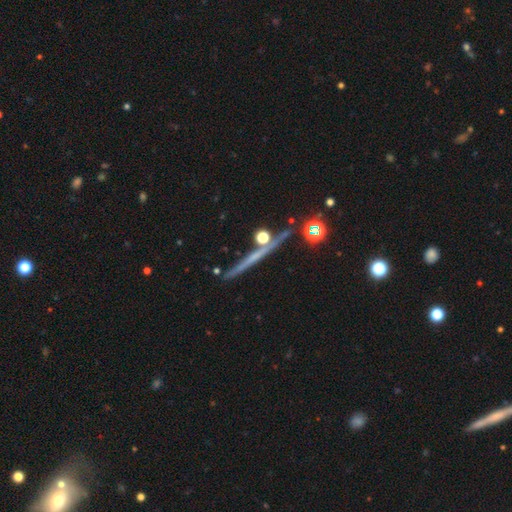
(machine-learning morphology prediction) A featured or disk galaxy (63%) viewed edge-on (96%) with no central bulge (63%).

Vote fractions:
- Smooth or featured? featured or disk: 63% / smooth: 23% / star or artifact: 13%
- Edge-on disk? yes: 96% / no: 4%
- Edge-on bulge? none: 63% / rounded: 29% / boxy: 8%
- Merging? none: 82% / minor disturbance: 10% / merger: 5% / major disturbance: 3%